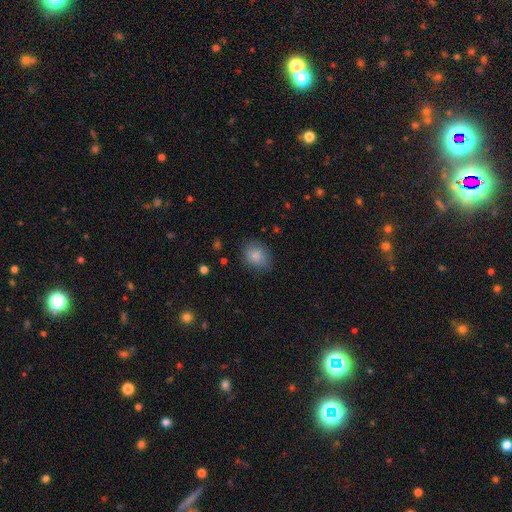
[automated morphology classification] Smooth or featured? smooth (85%)
How rounded? in between (50%)
Merging? none (79%)